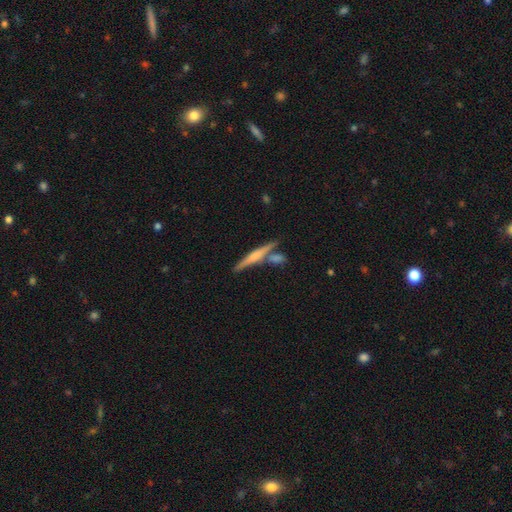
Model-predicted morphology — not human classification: smooth-or-featured: featured or disk: 54% | smooth: 39% | star or artifact: 7%
  disk-edge-on: yes: 95% | no: 5%
    edge-on-bulge: rounded: 50% | none: 29% | boxy: 21%
  merging: none: 68% | merger: 19% | minor disturbance: 10% | major disturbance: 3%